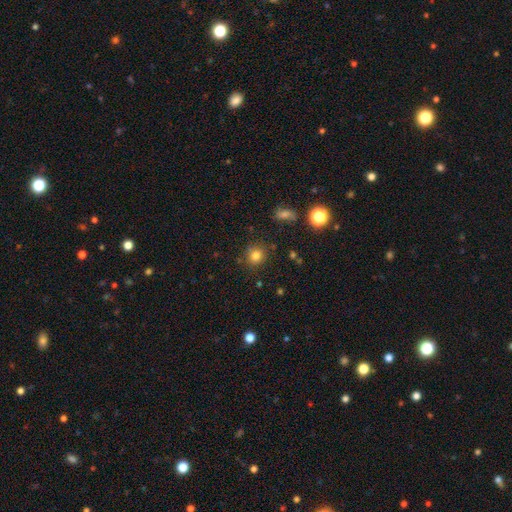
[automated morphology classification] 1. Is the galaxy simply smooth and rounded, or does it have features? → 81% smooth, 13% star or artifact, 6% featured or disk.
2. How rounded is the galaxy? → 88% round, 11% in between, 1% cigar-shaped.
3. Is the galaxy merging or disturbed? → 84% none, 10% minor disturbance, 3% major disturbance, 3% merger.